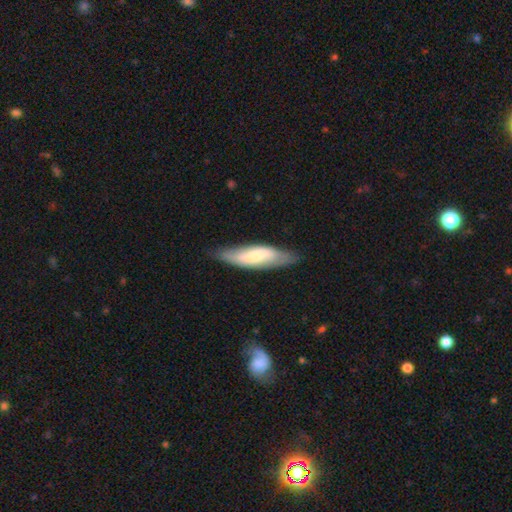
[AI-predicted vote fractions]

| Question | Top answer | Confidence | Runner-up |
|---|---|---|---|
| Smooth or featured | smooth | 56% | featured or disk (38%) |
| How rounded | cigar-shaped | 51% | in between (47%) |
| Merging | none | 73% | minor disturbance (20%) |